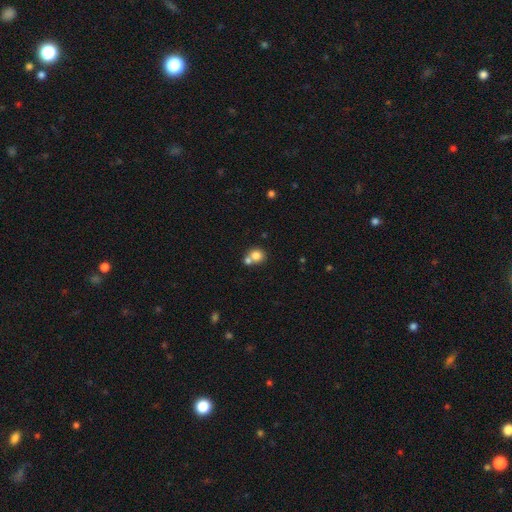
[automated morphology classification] This appears to be a smooth galaxy with no disk features (80%) that is round (83%). Merging: none (45%, tied with merger).